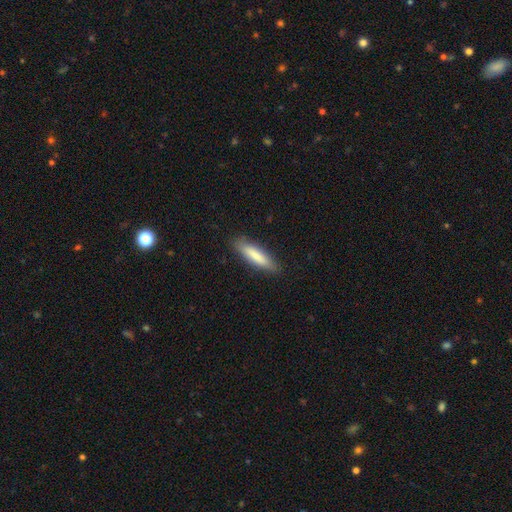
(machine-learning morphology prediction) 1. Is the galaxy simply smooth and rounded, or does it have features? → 79% smooth, 15% featured or disk, 6% star or artifact.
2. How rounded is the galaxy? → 76% cigar-shaped, 22% in between, 1% round.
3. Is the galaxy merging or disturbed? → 87% none, 10% minor disturbance, 2% major disturbance, 1% merger.